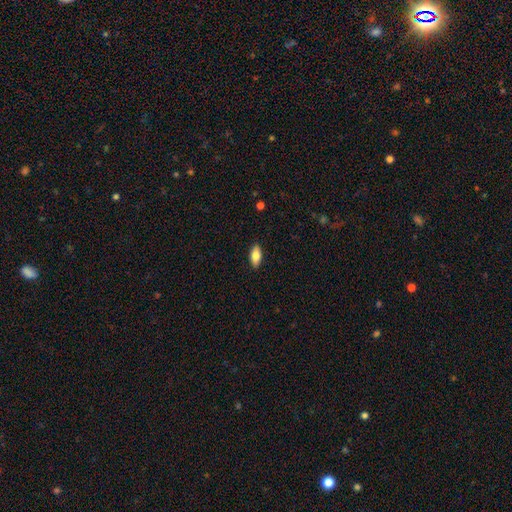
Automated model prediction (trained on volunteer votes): Smooth or featured? Predicted: smooth (p=0.80). How rounded? Predicted: in between (p=0.89). Merging? Predicted: none (p=0.89).